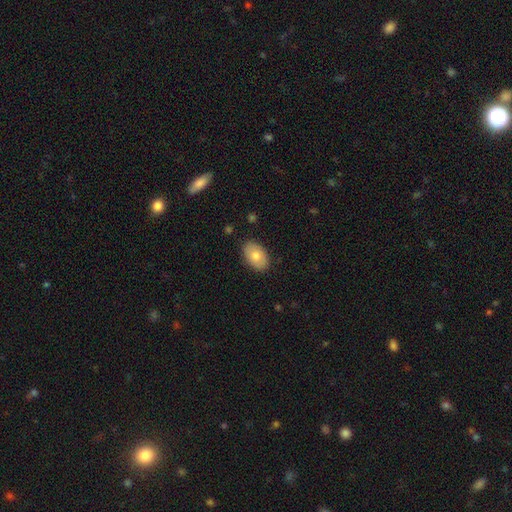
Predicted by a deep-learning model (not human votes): A smooth galaxy with no disk features (77%) that is in between round and cigar-shaped (91%). Merging: none (86%).